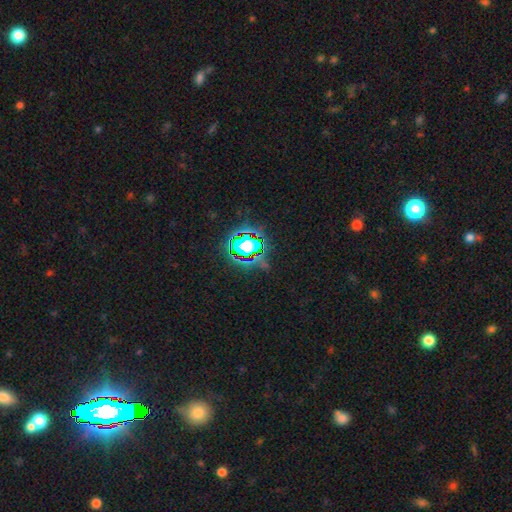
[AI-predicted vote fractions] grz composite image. It shows a star or artifact, not a galaxy (80%).